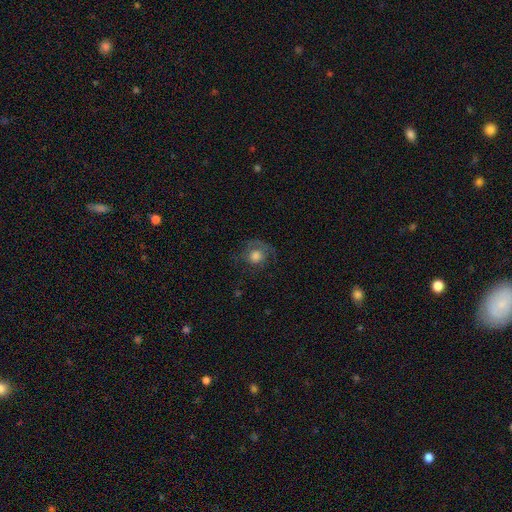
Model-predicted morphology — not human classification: This is likely a smooth galaxy (60%). How rounded: clearly round (80%). Merging: possibly none (55%).